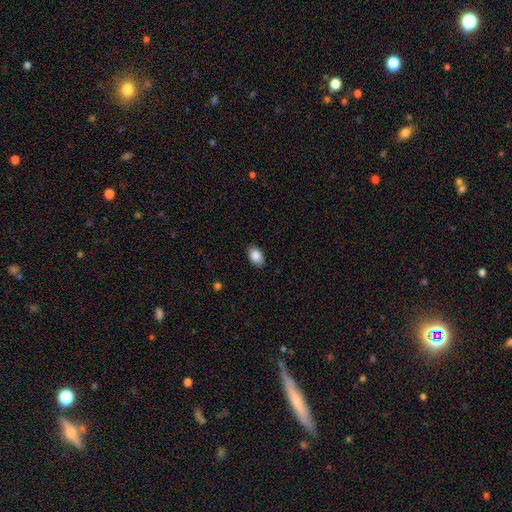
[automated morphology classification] A smooth galaxy with no disk features (88%) that is in between round and cigar-shaped (83%). Merging: none (87%).